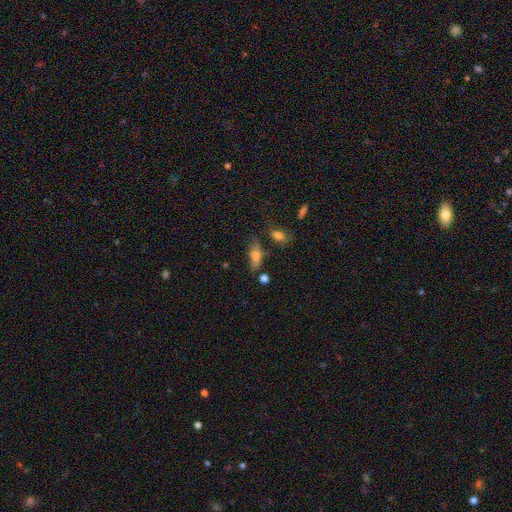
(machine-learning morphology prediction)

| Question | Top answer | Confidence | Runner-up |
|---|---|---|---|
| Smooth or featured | smooth | 67% | featured or disk (22%) |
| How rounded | in between | 66% | cigar-shaped (29%) |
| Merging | none | 48% | minor disturbance (27%) |